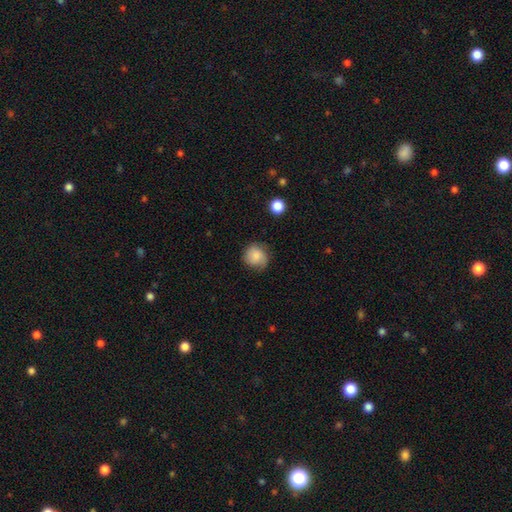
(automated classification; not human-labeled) This is likely a smooth galaxy (79%). How rounded: clearly round (85%). Merging: likely none (67%).